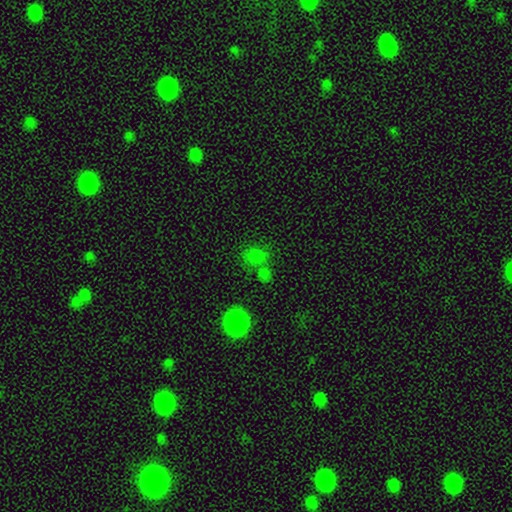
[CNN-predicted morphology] smooth-or-featured: smooth: 68% | star or artifact: 25% | featured or disk: 6%
  how-rounded: round: 72% | in between: 27% | cigar-shaped: 1%
  merging: none: 57% | merger: 26% | minor disturbance: 11% | major disturbance: 6%